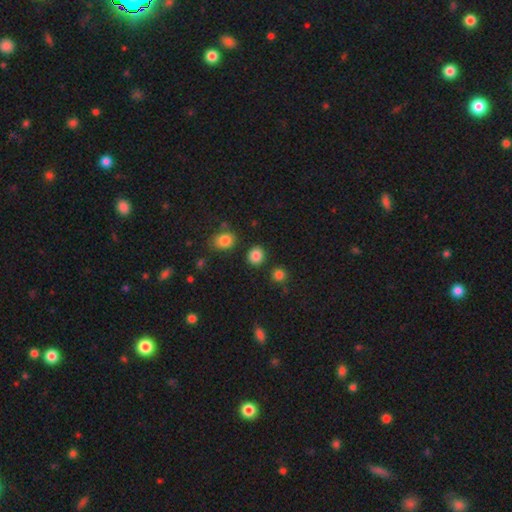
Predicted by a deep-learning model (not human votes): smooth_or_featured: smooth (p=0.85) [alt: star or artifact p=0.11]
how_rounded: round (p=0.79) [alt: in between p=0.20]
merging: none (p=0.87) [alt: minor disturbance p=0.07]